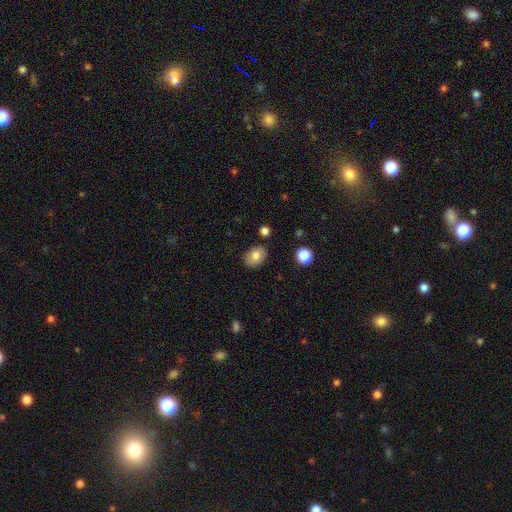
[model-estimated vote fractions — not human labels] smooth 81%, featured or disk 10%, star or artifact 9%. Down the decision tree: how rounded — in between (75%); merging — none (83%).